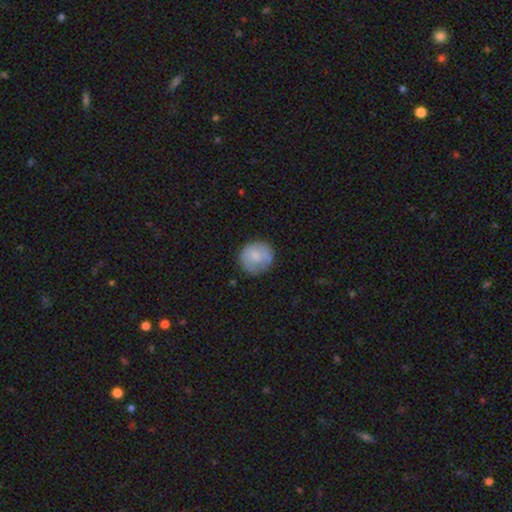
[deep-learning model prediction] A smooth galaxy with no disk features (71%) that is round (91%).

Vote fractions:
- Smooth or featured? smooth: 71% / featured or disk: 22% / star or artifact: 7%
- How rounded? round: 91% / in between: 8% / cigar-shaped: 1%
- Merging? none: 75% / minor disturbance: 18% / major disturbance: 5% / merger: 2%